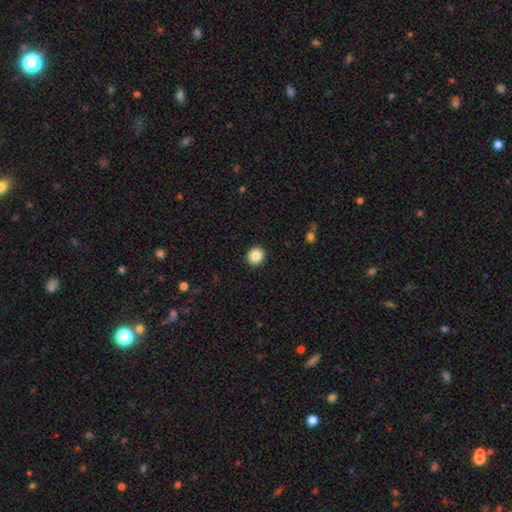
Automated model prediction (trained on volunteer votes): The model was most divided on "smooth or featured": smooth: 87%, star or artifact: 9%, featured or disk: 3%. More confident: merging — none (92%); how rounded — round (89%).